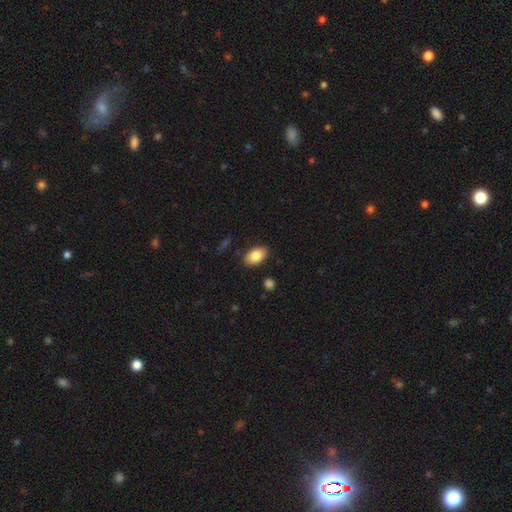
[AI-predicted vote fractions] The model was most divided on "merging": none: 85%, minor disturbance: 11%, major disturbance: 2%, merger: 2%. More confident: how rounded — in between (92%); smooth or featured — smooth (85%).